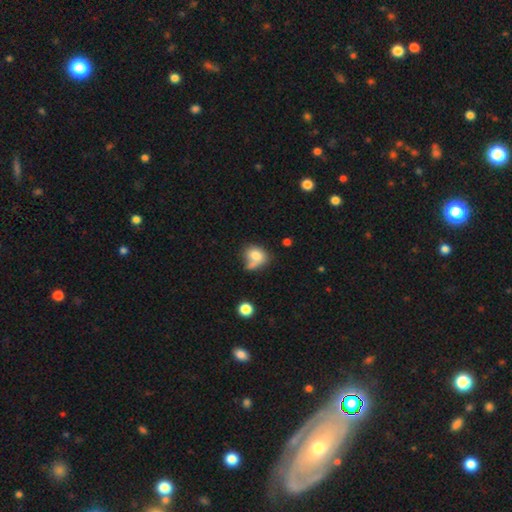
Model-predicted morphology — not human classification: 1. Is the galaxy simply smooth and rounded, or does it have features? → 77% smooth, 14% featured or disk, 9% star or artifact.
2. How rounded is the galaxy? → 57% in between, 42% round, 2% cigar-shaped.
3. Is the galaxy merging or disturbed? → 37% none, 31% merger, 19% minor disturbance, 13% major disturbance.